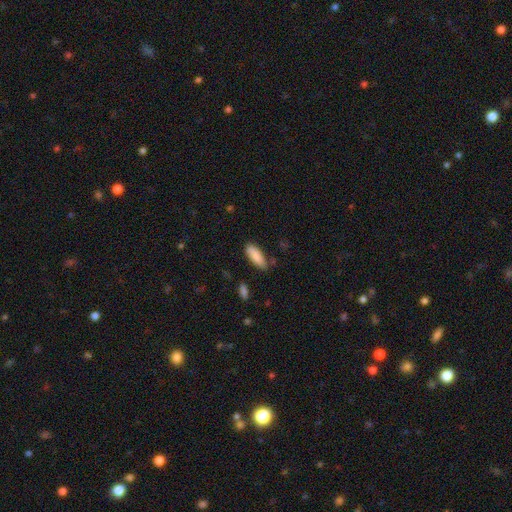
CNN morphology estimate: smooth 86%, featured or disk 8%, star or artifact 6%. Down the decision tree: how rounded — in between (63%); merging — none (78%).